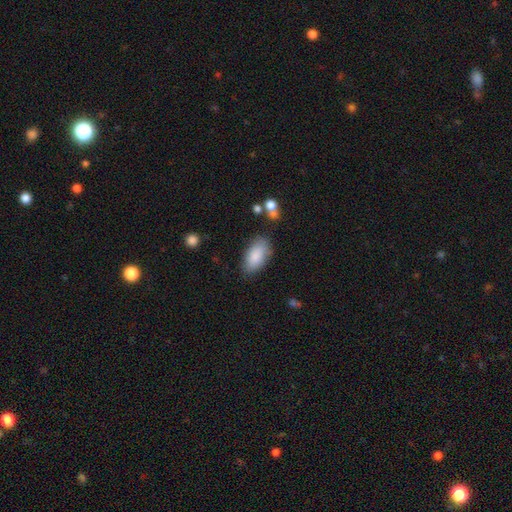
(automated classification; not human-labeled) Smooth or featured?
  - smooth: 85% *
  - featured or disk: 8%
  - star or artifact: 6%
How rounded?
  - in between: 93% *
  - cigar-shaped: 4%
  - round: 3%
Merging?
  - none: 75% *
  - minor disturbance: 17%
  - major disturbance: 4%
  - merger: 3%